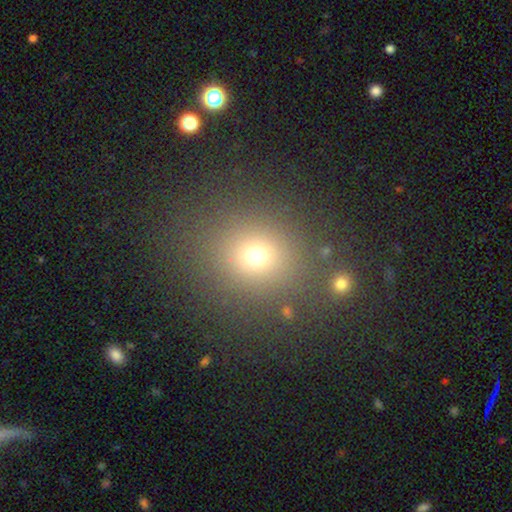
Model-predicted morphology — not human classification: The model was most divided on "smooth or featured": smooth: 70%, star or artifact: 21%, featured or disk: 9%. More confident: merging — none (82%); how rounded — round (79%).